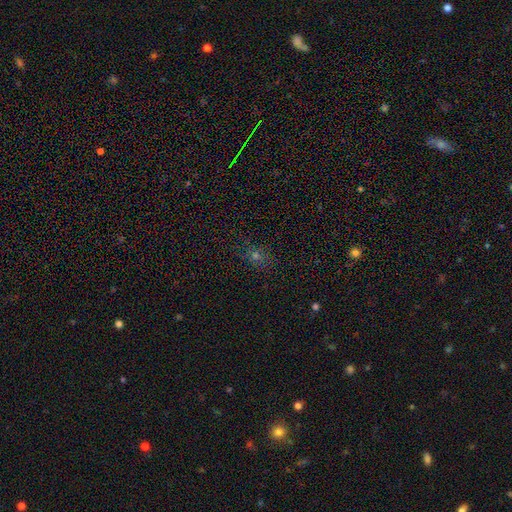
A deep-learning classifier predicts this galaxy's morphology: type=smooth (48%); merging=none (80%).